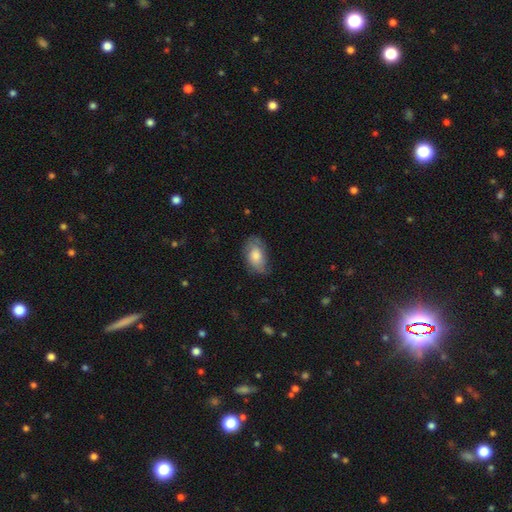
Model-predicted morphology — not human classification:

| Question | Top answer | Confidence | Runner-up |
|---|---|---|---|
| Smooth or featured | smooth | 69% | featured or disk (24%) |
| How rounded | in between | 90% | round (8%) |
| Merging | none | 67% | minor disturbance (25%) |